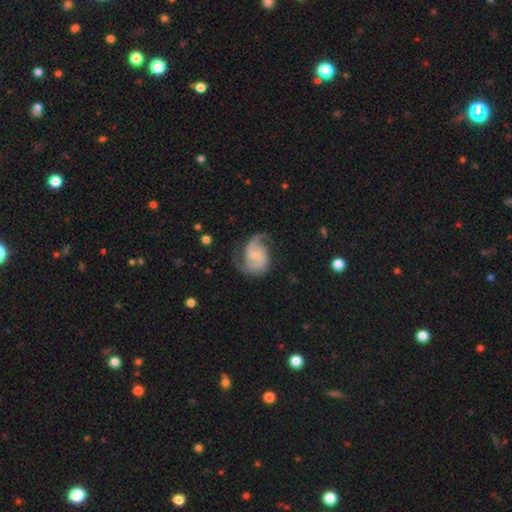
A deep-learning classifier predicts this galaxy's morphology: featured or disk 86%, smooth 9%, star or artifact 5%. Down the decision tree: edge-on disk — no (98%); bar — weak (52%); spiral arms — yes (97%); spiral arm count — 2 (88%); spiral winding — medium (53%); bulge size — small (44%); merging — none (67%).